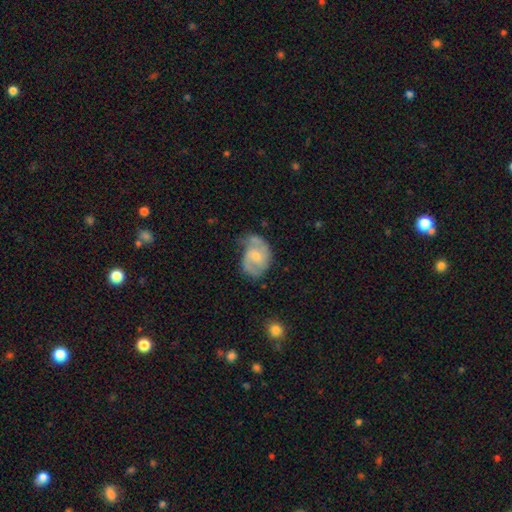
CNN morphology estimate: This appears to be a featured or disk galaxy (74%) with no bar (51%), 2 (80%) medium (50%) spiral arms (91%) and a small central bulge (58%). Merging: none (50%).